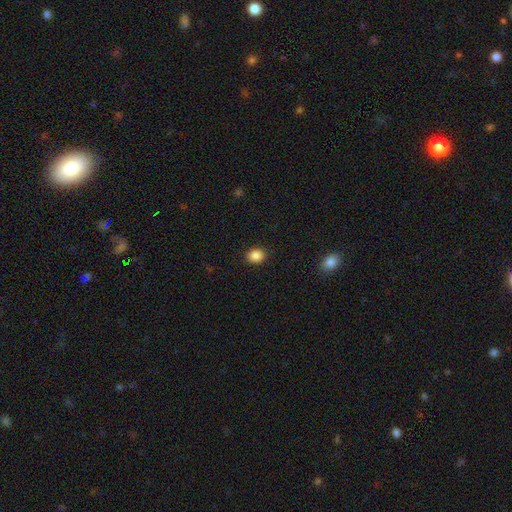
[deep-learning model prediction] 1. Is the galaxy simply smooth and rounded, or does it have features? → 87% smooth, 10% star or artifact, 3% featured or disk.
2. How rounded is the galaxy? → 60% round, 39% in between, 1% cigar-shaped.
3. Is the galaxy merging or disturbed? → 91% none, 6% minor disturbance, 2% major disturbance, 1% merger.